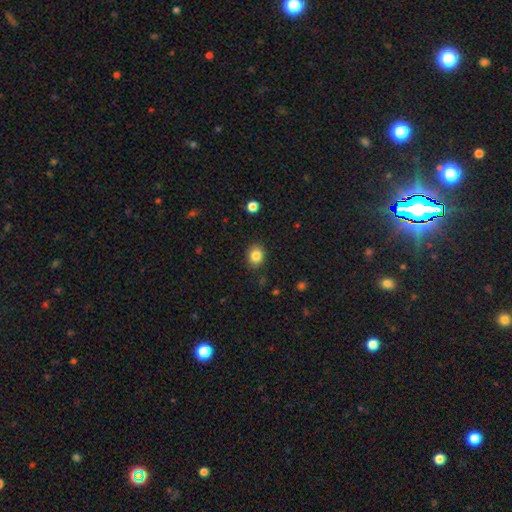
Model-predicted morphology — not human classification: Smooth or featured? smooth (84%)
How rounded? round (59%)
Merging? none (86%)